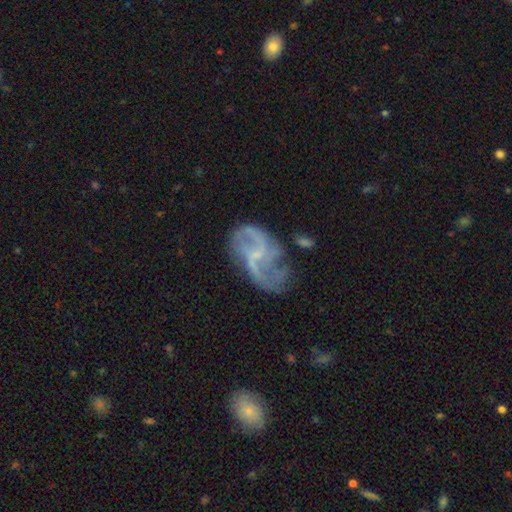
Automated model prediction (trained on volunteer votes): Morphology: type=featured or disk (80%); edge-on=no (97%); bar=weak (49%); spiral arms=yes (86%); winding=loose (59%); arm count=2 (61%); bulge=small (56%); merging=none (41%).